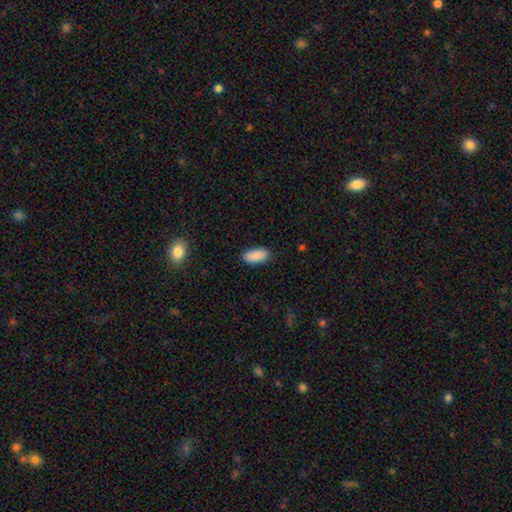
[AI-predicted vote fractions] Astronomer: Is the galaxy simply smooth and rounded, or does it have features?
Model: smooth — 90%.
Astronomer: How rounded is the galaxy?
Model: in between — 91%.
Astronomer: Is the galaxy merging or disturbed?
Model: none — 87%.